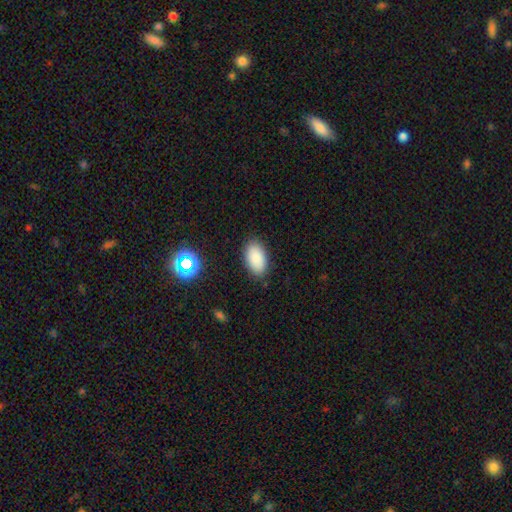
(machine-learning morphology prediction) type=smooth (87%); roundness=in between (94%); merging=none (86%).